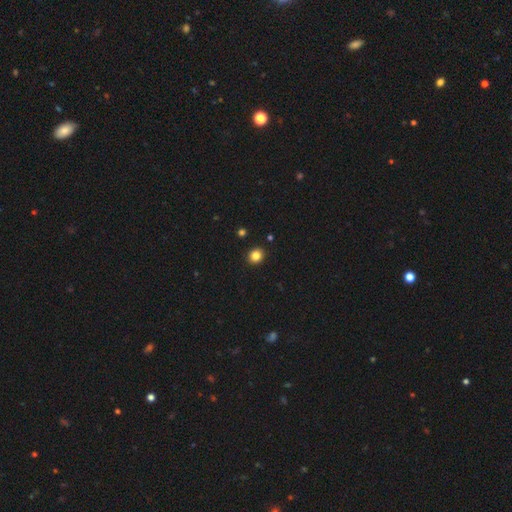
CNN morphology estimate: This is clearly a smooth galaxy (83%). How rounded: clearly round (82%). Merging: clearly none (92%).